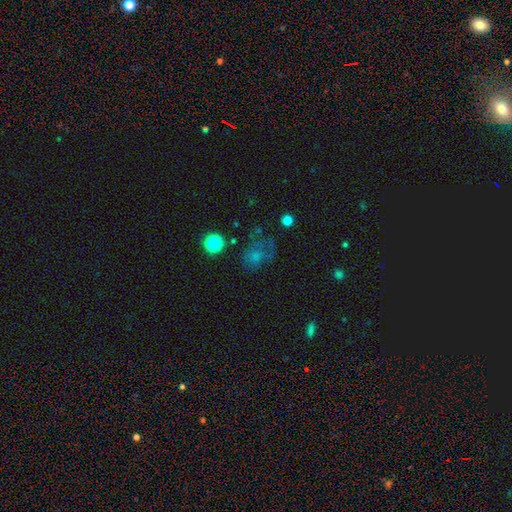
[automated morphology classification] Smooth or featured? Predicted: smooth (p=0.60). How rounded? Predicted: in between (p=0.55). Merging? Predicted: none (p=0.45).